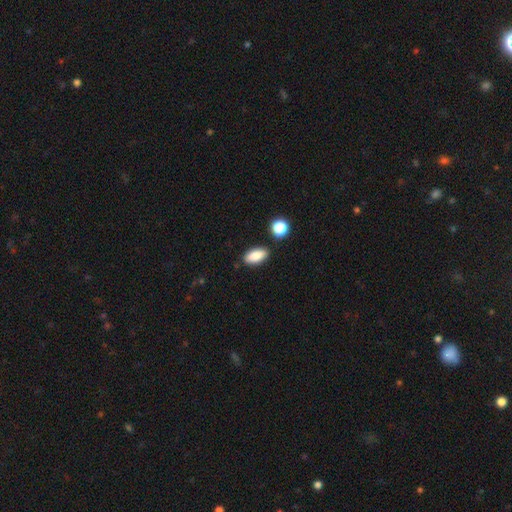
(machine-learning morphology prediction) smooth-or-featured: smooth: 85% | star or artifact: 8% | featured or disk: 7%
  how-rounded: in between: 88% | cigar-shaped: 8% | round: 4%
  merging: none: 83% | minor disturbance: 10% | merger: 4% | major disturbance: 2%